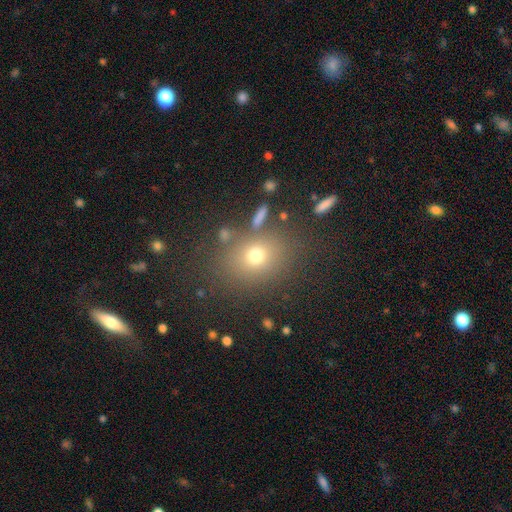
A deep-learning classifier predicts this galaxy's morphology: Smooth or featured: smooth — 69% (star or artifact — 19%)
How rounded: round — 53% (in between — 46%)
Merging: none — 78% (minor disturbance — 11%)